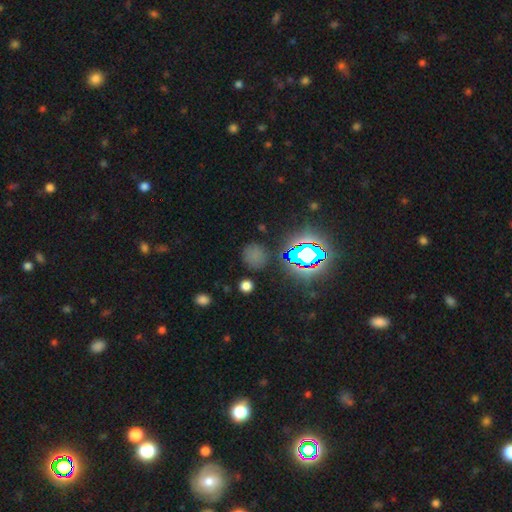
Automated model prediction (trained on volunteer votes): Overall: smooth (52%; star or artifact 40%). How rounded: round (84%). Merging: none (82%).